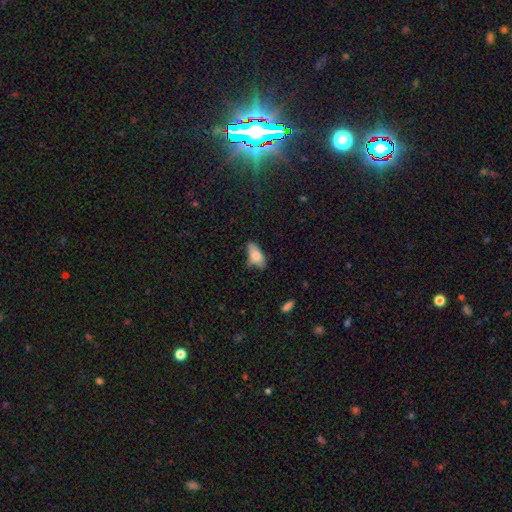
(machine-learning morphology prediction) Smooth or featured? Predicted: smooth (p=0.80). How rounded? Predicted: in between (p=0.89). Merging? Predicted: none (p=0.55).